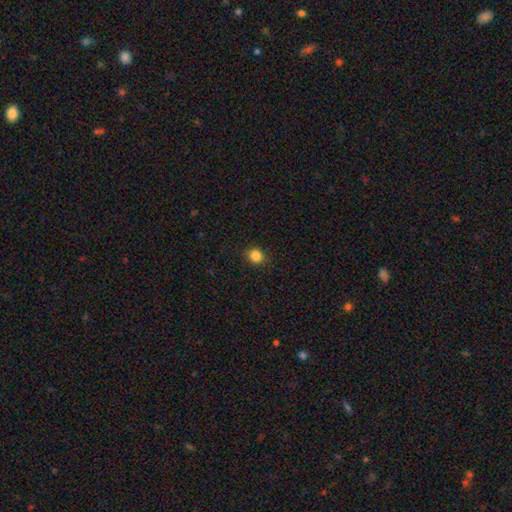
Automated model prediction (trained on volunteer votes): Morphology: type=smooth (85%); roundness=round (74%); merging=none (88%).